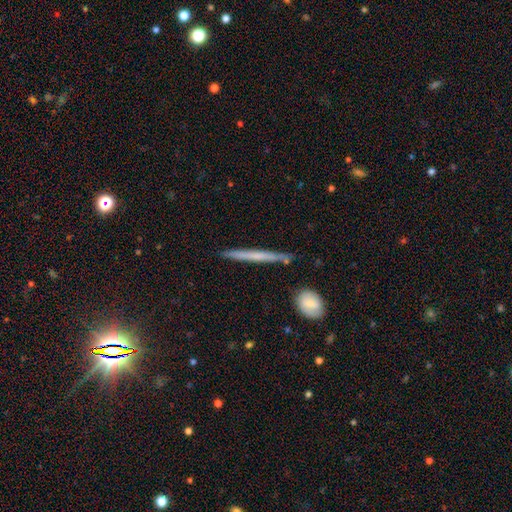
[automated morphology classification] The model was most divided on "smooth or featured": smooth: 49%, featured or disk: 45%, star or artifact: 6%. More confident: merging — none (87%).